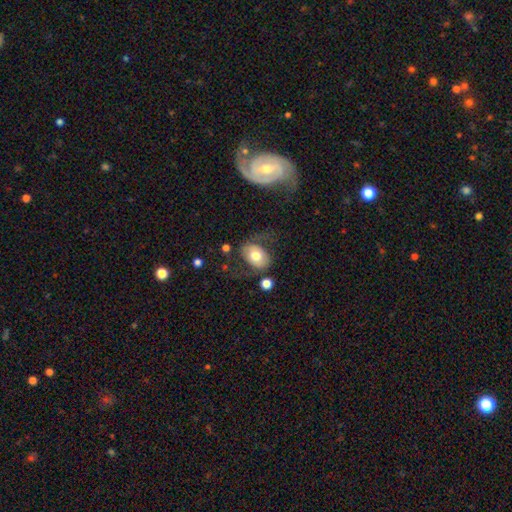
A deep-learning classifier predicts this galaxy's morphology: Q: Smooth or featured?
A: smooth (57%); runner-up: featured or disk (36%)
Q: How rounded?
A: in between (78%); runner-up: round (21%)
Q: Merging?
A: none (54%); runner-up: minor disturbance (22%)